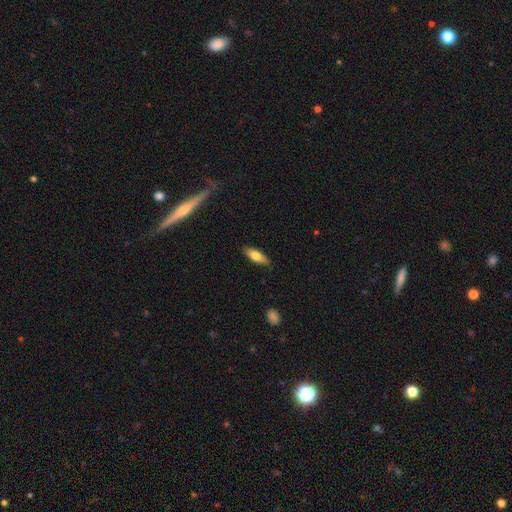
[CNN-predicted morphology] This appears to be a smooth galaxy with no disk features (74%) that is in between round and cigar-shaped (61%). Merging: none (85%).